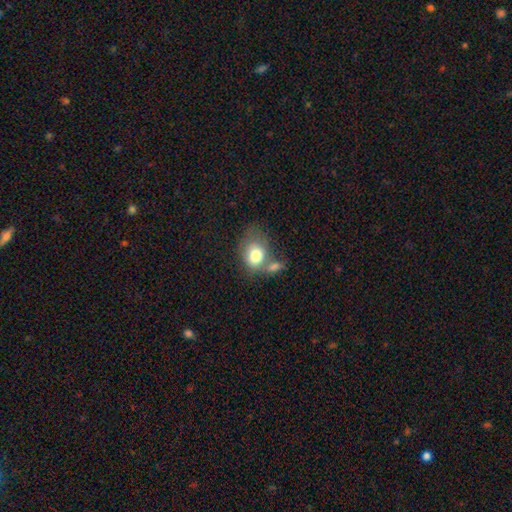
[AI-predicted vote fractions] smooth_or_featured: smooth (p=0.77) [alt: featured or disk p=0.15]
how_rounded: in between (p=0.58) [alt: round p=0.41]
merging: merger (p=0.38) [alt: none p=0.31]